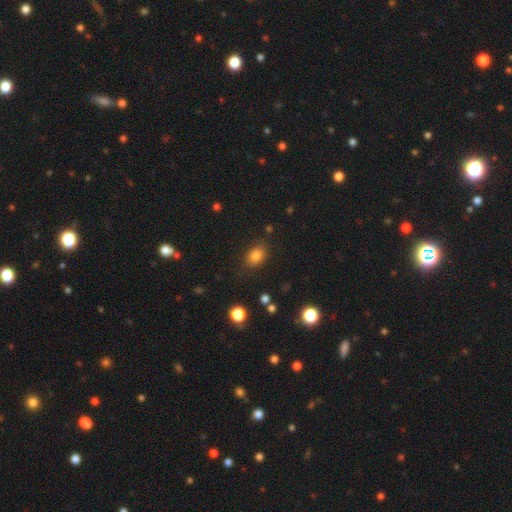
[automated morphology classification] Q: Smooth or featured?
A: smooth (82%); runner-up: star or artifact (11%)
Q: How rounded?
A: in between (71%); runner-up: round (28%)
Q: Merging?
A: none (81%); runner-up: minor disturbance (13%)